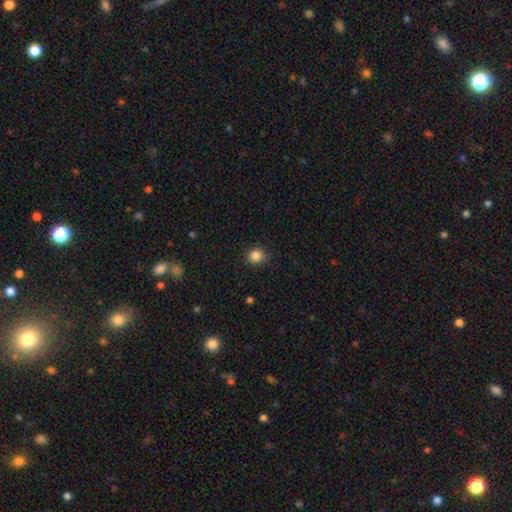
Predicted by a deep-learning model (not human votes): smooth 86%, star or artifact 11%, featured or disk 3%. Down the decision tree: how rounded — round (83%); merging — none (86%).